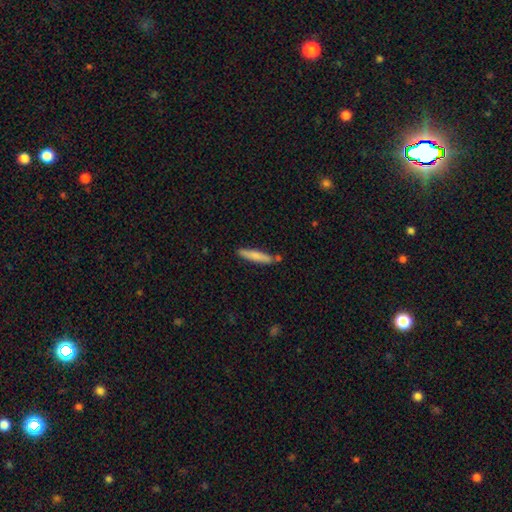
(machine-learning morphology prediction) Overall: smooth (76%). How rounded: cigar-shaped (91%). Merging: none (76%).